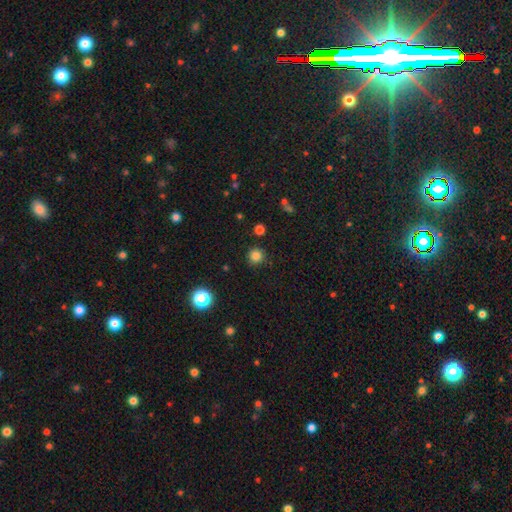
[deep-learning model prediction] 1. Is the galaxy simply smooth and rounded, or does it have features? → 82% smooth, 14% star or artifact, 4% featured or disk.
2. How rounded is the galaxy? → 94% round, 5% in between, 1% cigar-shaped.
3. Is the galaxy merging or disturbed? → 88% none, 7% minor disturbance, 3% major disturbance, 2% merger.